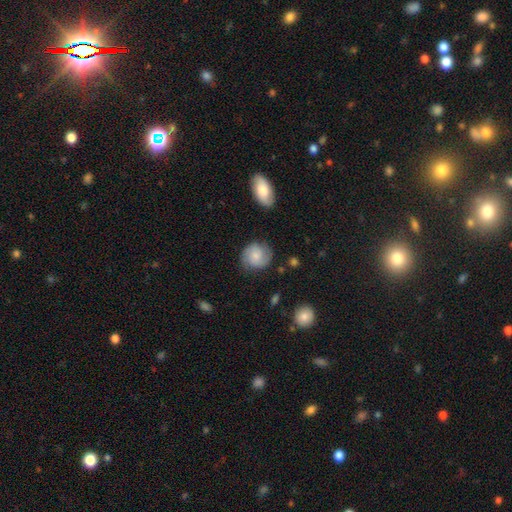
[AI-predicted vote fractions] Smooth or featured: featured or disk — 46% (tied with smooth — 46%)
Merging: none — 77% (minor disturbance — 16%)